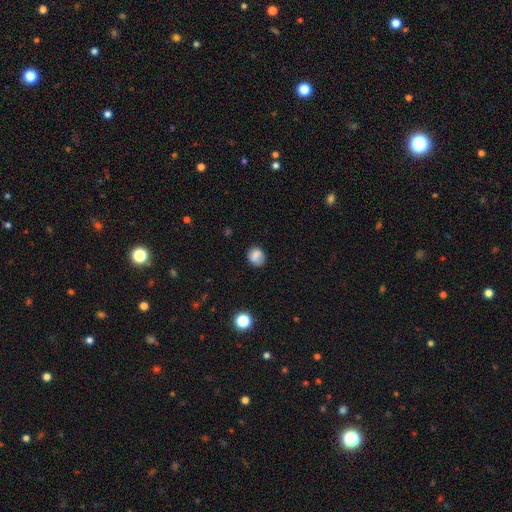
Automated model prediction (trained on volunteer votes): This is likely a smooth galaxy (77%). How rounded: likely round (67%). Merging: likely none (69%).